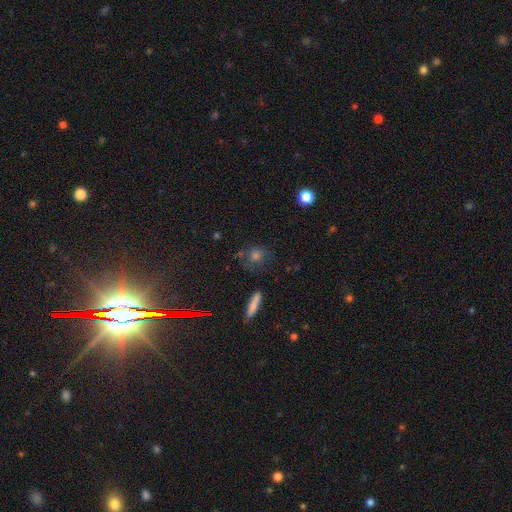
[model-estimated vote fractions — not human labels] Overall: smooth (62%; star or artifact 23%). How rounded: round (72%). Merging: none (72%).